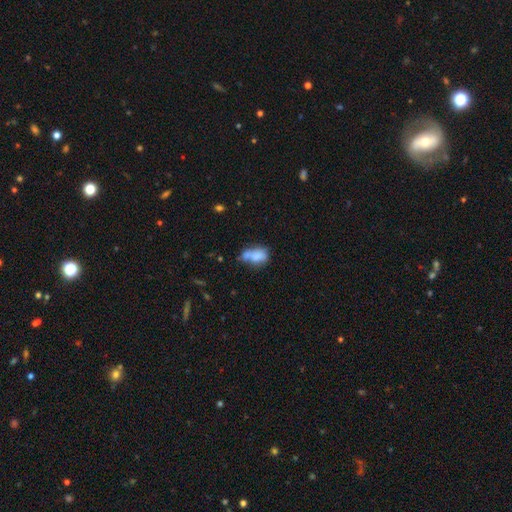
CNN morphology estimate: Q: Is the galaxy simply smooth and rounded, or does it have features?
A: smooth — 71%.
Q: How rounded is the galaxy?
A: in between — 79%.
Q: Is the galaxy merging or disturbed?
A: merger — 38%.